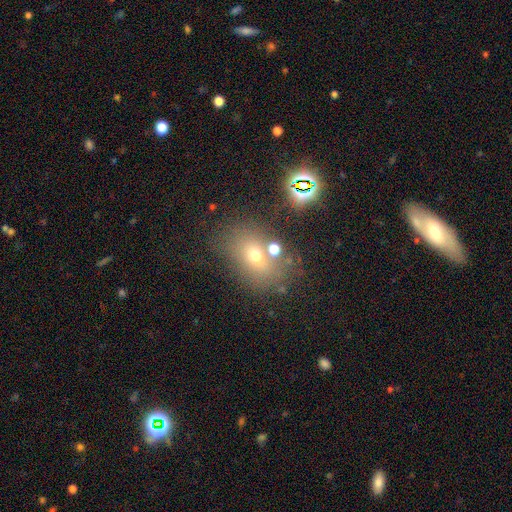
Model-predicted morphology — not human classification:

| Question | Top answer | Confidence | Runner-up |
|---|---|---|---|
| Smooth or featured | smooth | 59% | star or artifact (22%) |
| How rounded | in between | 63% | round (35%) |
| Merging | none | 63% | merger (16%) |